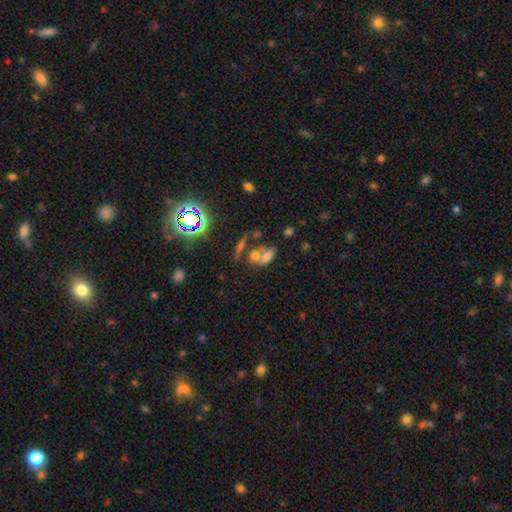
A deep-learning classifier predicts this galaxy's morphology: This is possibly a smooth galaxy (56%). How rounded: likely in between (72%). Merging: possibly merger (51%).